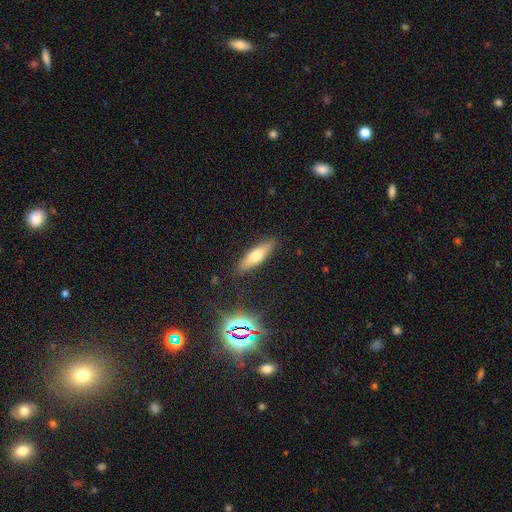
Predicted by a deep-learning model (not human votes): This is possibly a smooth galaxy (60%). How rounded: likely cigar-shaped (64%). Merging: clearly none (87%).